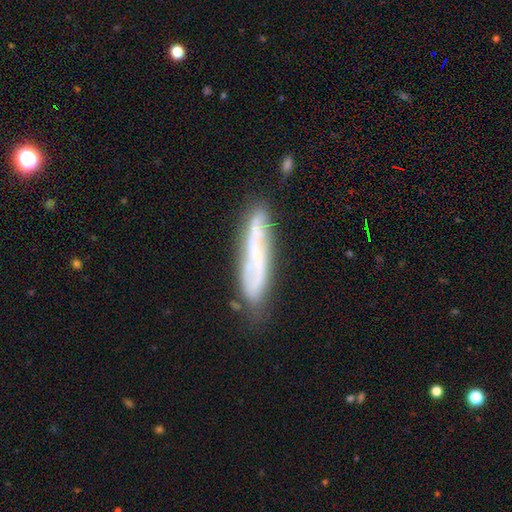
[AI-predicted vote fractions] Morphology: type=featured or disk (66%); edge-on=no (59%); merging=none (72%).